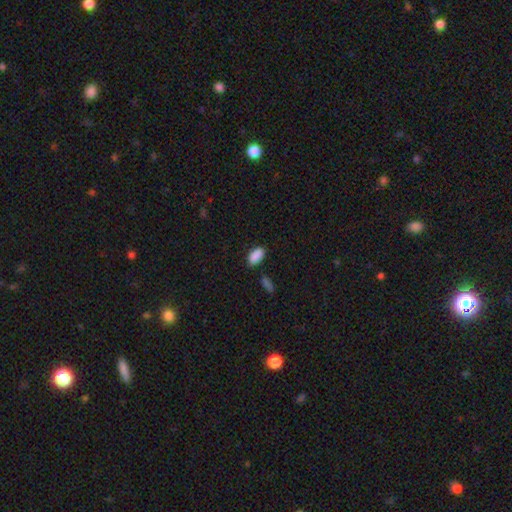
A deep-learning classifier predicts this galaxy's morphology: The model was most divided on "merging": none: 82%, minor disturbance: 12%, merger: 4%, major disturbance: 3%. More confident: how rounded — in between (93%); smooth or featured — smooth (89%).